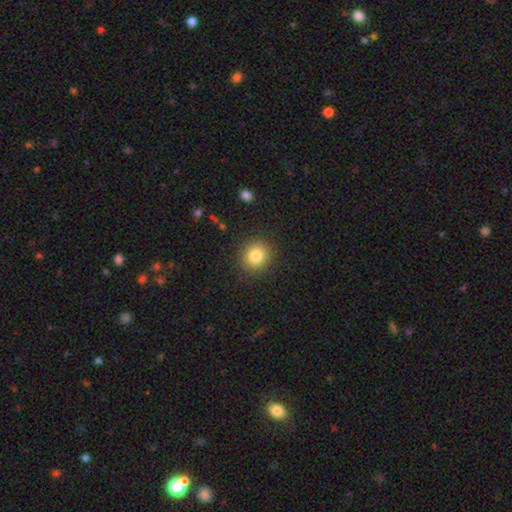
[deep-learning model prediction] Overall: smooth (83%). How rounded: round (79%). Merging: none (88%).